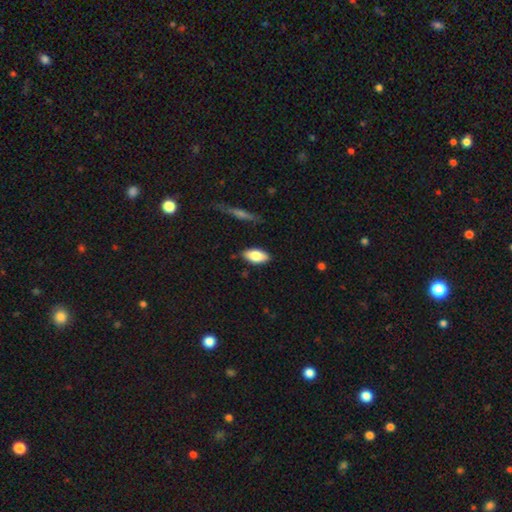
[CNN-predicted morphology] Smooth or featured: smooth — 80% (featured or disk — 14%)
How rounded: in between — 90% (cigar-shaped — 7%)
Merging: none — 85% (minor disturbance — 11%)